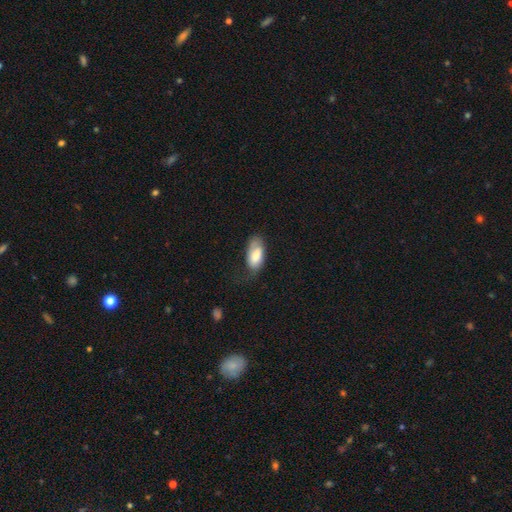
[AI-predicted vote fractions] Smooth or featured? smooth (75%)
How rounded? in between (92%)
Merging? none (45%)